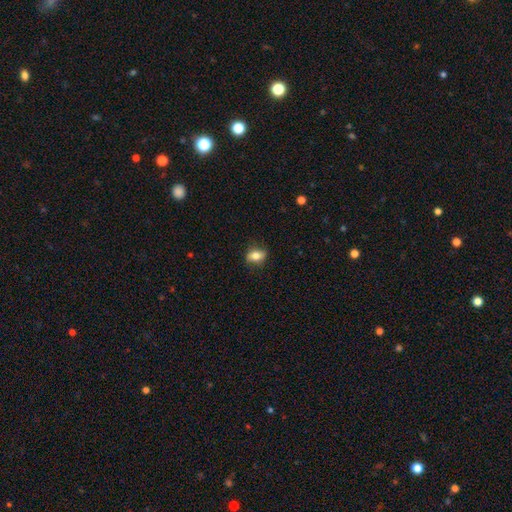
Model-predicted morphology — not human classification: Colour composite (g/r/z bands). It shows a smooth galaxy with no disk features (72%) that is in between round and cigar-shaped (72%). Merging: none (80%).